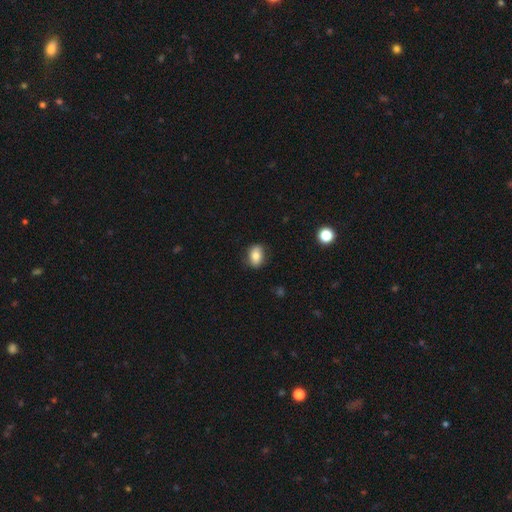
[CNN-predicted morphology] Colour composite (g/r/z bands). It shows a smooth galaxy with no disk features (80%) that is in between round and cigar-shaped (78%). Merging: none (81%).